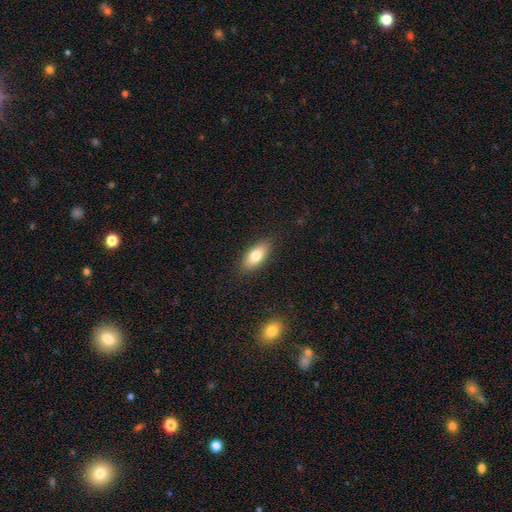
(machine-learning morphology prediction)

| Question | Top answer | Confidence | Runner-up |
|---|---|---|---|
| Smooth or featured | smooth | 77% | featured or disk (16%) |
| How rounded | in between | 86% | cigar-shaped (11%) |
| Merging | none | 87% | minor disturbance (10%) |